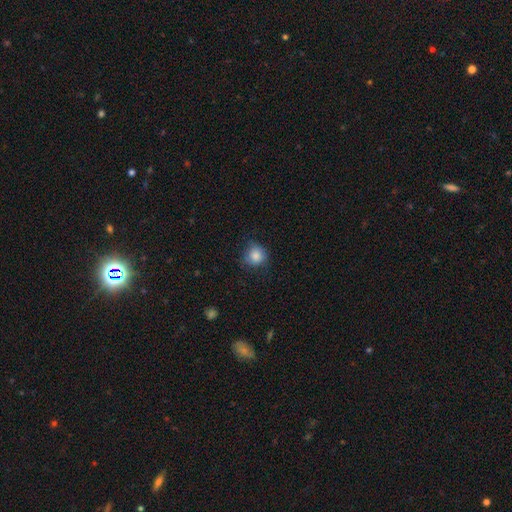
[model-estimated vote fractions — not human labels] Q: Smooth or featured?
A: smooth (85%); runner-up: star or artifact (10%)
Q: How rounded?
A: round (86%); runner-up: in between (13%)
Q: Merging?
A: none (74%); runner-up: minor disturbance (20%)